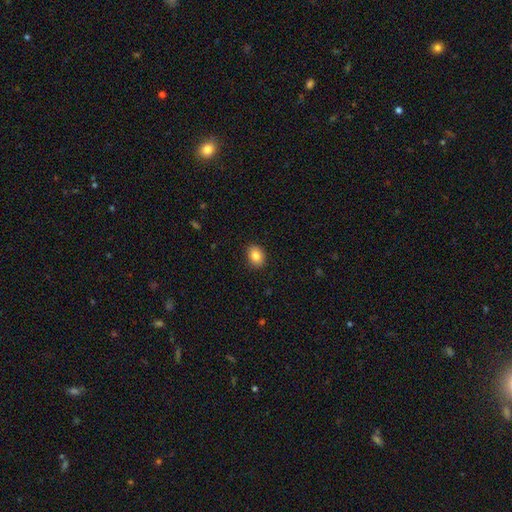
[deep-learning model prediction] This appears to be a smooth galaxy with no disk features (84%) that is in between round and cigar-shaped (61%). Merging: none (90%).